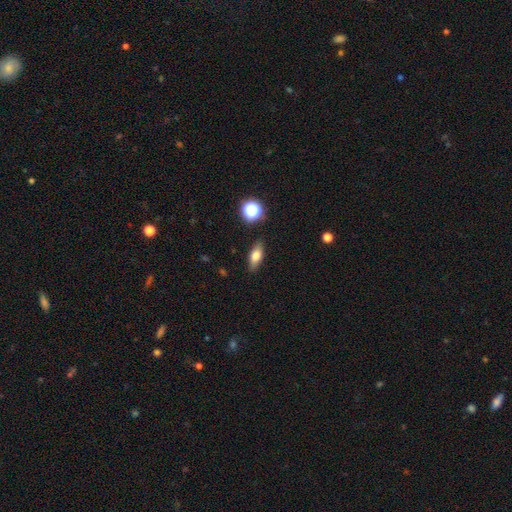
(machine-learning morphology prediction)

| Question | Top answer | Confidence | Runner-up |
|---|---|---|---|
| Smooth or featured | smooth | 72% | featured or disk (19%) |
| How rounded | in between | 72% | cigar-shaped (21%) |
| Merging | none | 85% | minor disturbance (11%) |